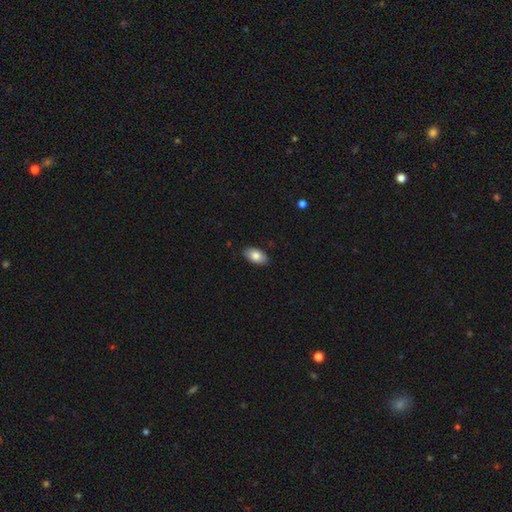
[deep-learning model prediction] smooth_or_featured: smooth (p=0.82) [alt: featured or disk p=0.12]
how_rounded: in between (p=0.95) [alt: round p=0.03]
merging: none (p=0.88) [alt: minor disturbance p=0.09]